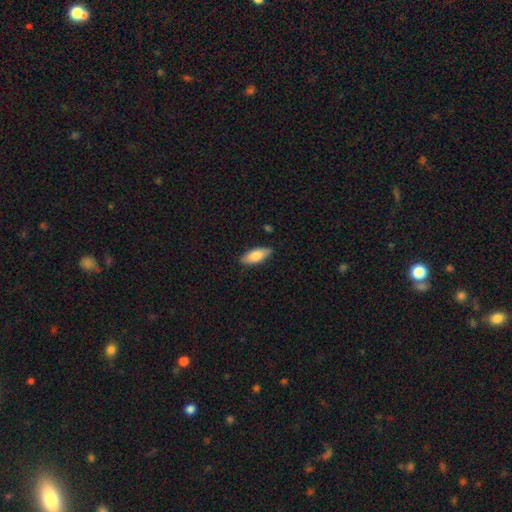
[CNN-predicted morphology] smooth 79%, featured or disk 15%, star or artifact 6%. Down the decision tree: how rounded — in between (79%); merging — none (85%).